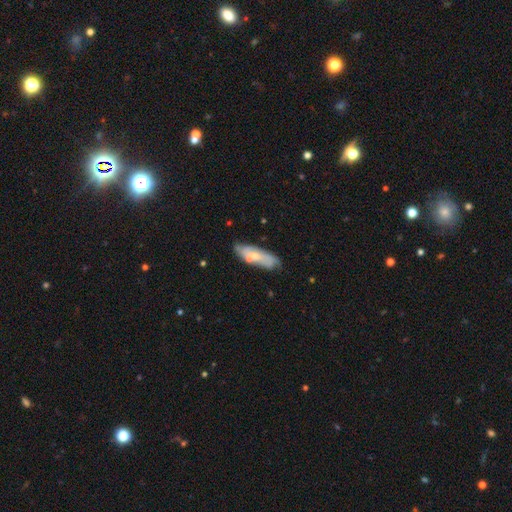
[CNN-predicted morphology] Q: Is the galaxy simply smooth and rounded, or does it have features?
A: smooth — 51%.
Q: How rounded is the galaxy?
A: in between — 49%, tied with cigar-shaped.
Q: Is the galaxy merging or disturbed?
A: none — 67%.